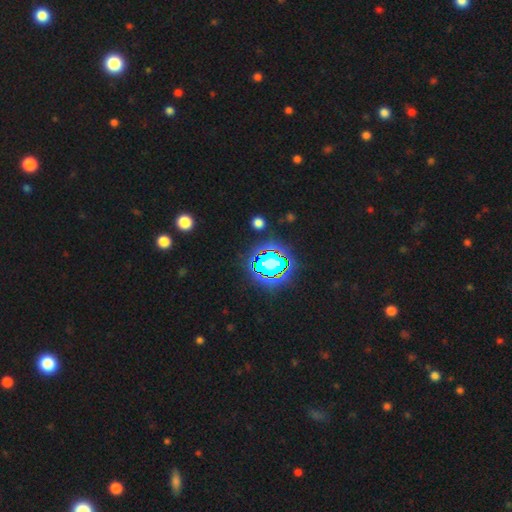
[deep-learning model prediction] Smooth or featured?
  - star or artifact: 83% *
  - smooth: 10%
  - featured or disk: 7%